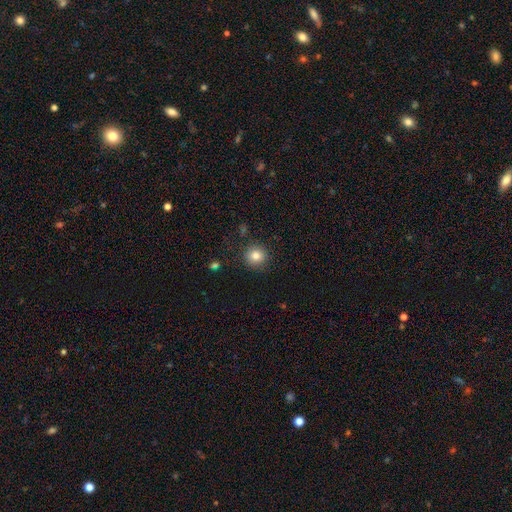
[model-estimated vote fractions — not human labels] smooth-or-featured: smooth: 82% | star or artifact: 11% | featured or disk: 7%
  how-rounded: round: 92% | in between: 7% | cigar-shaped: 1%
  merging: none: 88% | minor disturbance: 7% | major disturbance: 2% | merger: 2%